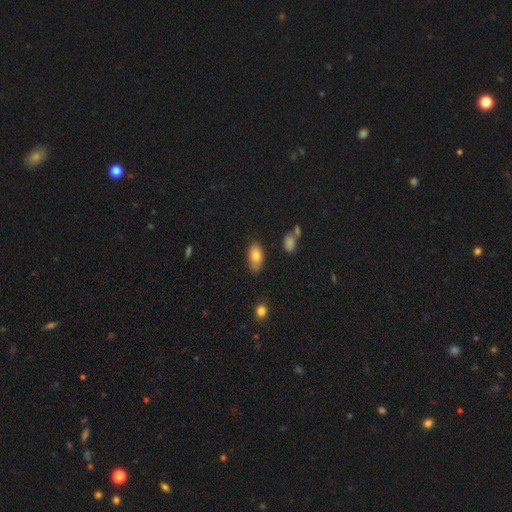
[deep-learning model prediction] smooth-or-featured: smooth: 80% | featured or disk: 12% | star or artifact: 8%
  how-rounded: in between: 91% | cigar-shaped: 5% | round: 4%
  merging: none: 77% | minor disturbance: 17% | major disturbance: 3% | merger: 3%